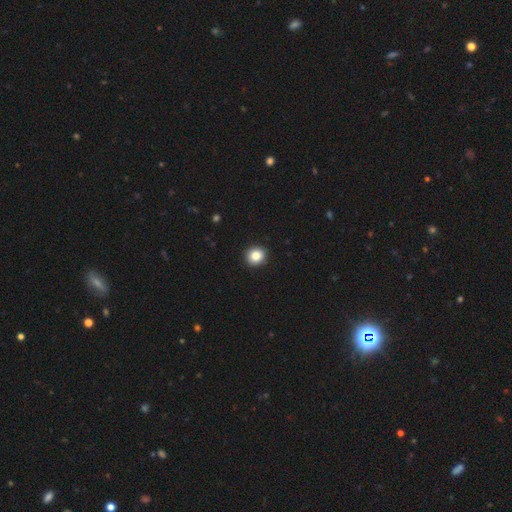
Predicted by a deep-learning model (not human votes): Overall: smooth (85%). How rounded: round (85%). Merging: none (92%).